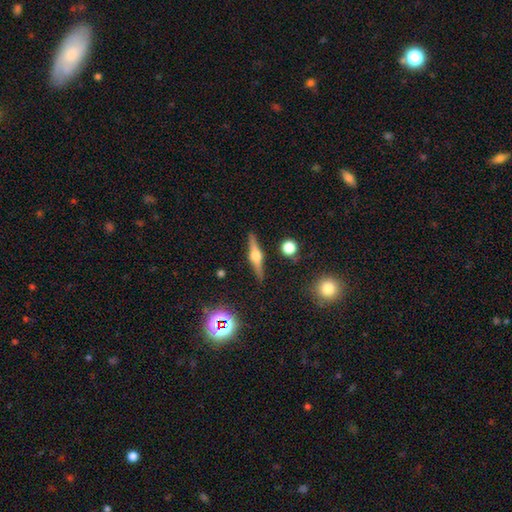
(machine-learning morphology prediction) Smooth or featured? featured or disk (75%)
Edge-on disk? yes (97%)
Edge-on bulge? rounded (94%)
Merging? none (89%)